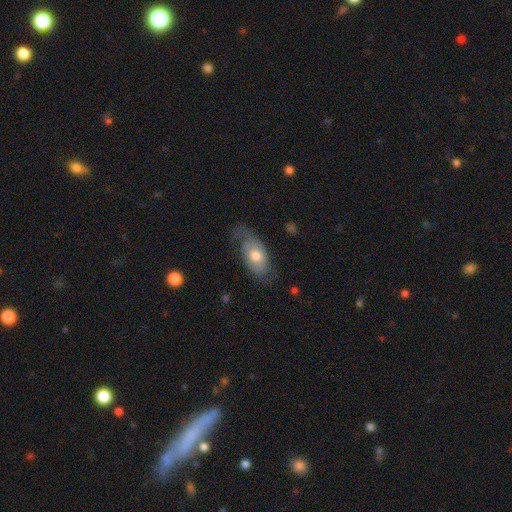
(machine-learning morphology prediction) A smooth galaxy with no disk features (54%) that is in between round and cigar-shaped (89%).

Vote fractions:
- Smooth or featured? smooth: 54% / featured or disk: 40% / star or artifact: 6%
- How rounded? in between: 89% / round: 7% / cigar-shaped: 5%
- Merging? none: 59% / minor disturbance: 24% / major disturbance: 15% / merger: 2%